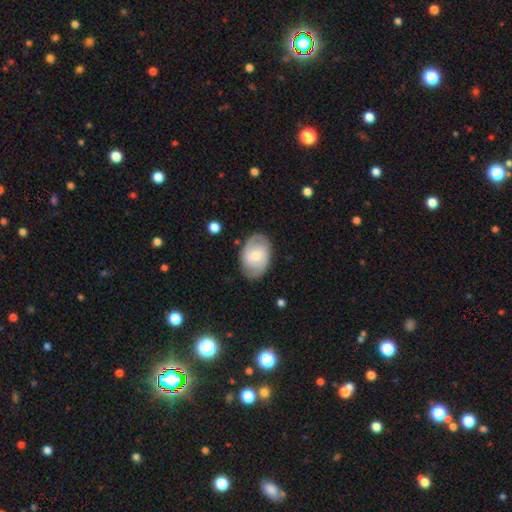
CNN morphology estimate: type=featured or disk (49%); merging=none (77%).